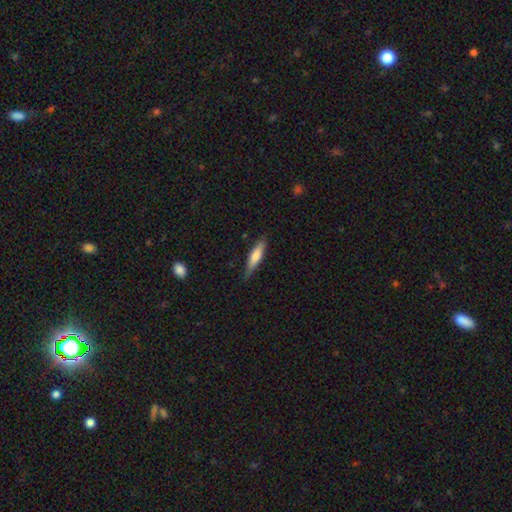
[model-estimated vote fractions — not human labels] The model was most divided on "smooth or featured": smooth: 65%, featured or disk: 30%, star or artifact: 6%. More confident: merging — none (79%); how rounded — cigar-shaped (77%).